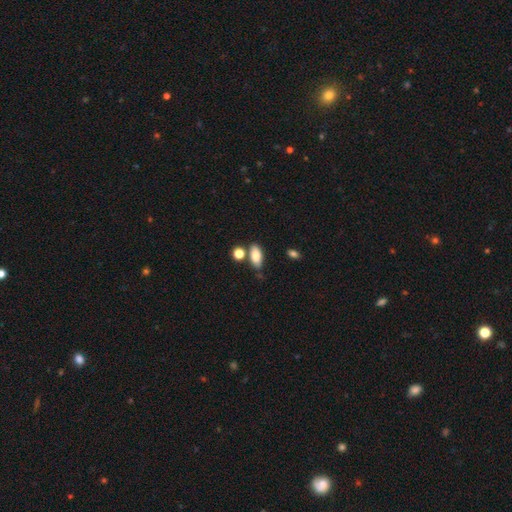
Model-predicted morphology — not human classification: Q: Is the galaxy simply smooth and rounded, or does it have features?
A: smooth — 81%.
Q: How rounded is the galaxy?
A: in between — 86%.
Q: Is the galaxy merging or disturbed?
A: none — 69%.